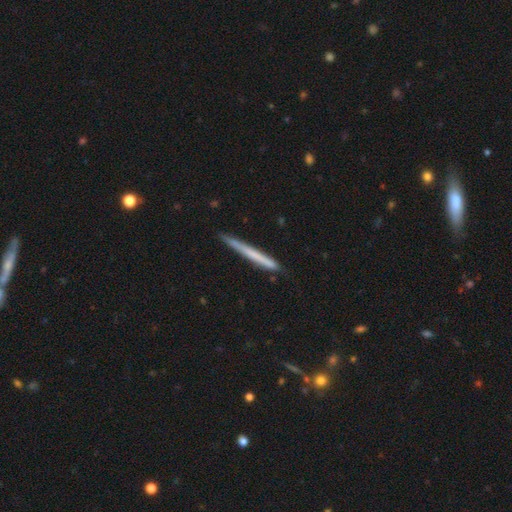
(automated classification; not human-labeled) smooth_or_featured: smooth (p=0.56) [alt: featured or disk p=0.38]
how_rounded: cigar-shaped (p=0.97) [alt: in between p=0.02]
merging: none (p=0.84) [alt: minor disturbance p=0.13]